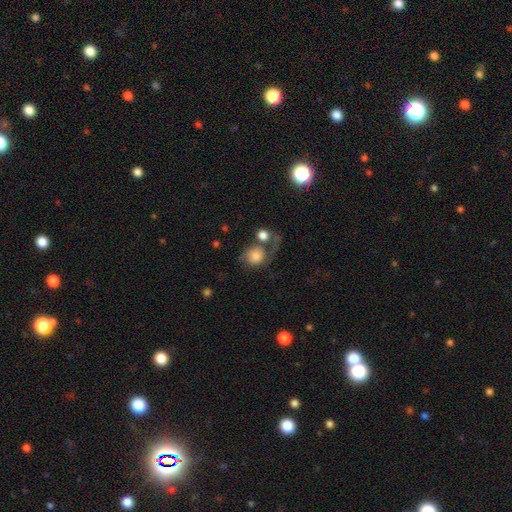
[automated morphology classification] type=smooth (57%); roundness=round (73%); merging=major disturbance (28%, tied with none and merger).